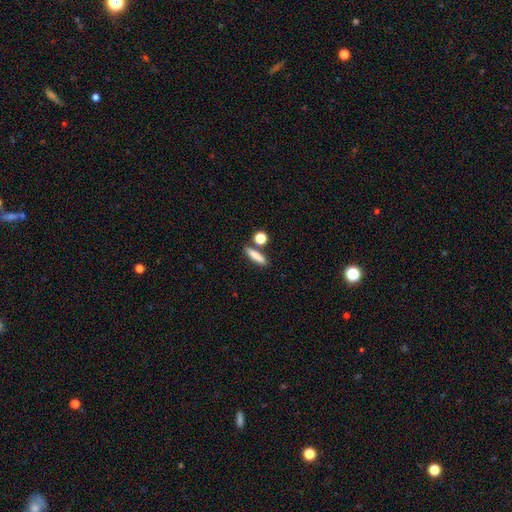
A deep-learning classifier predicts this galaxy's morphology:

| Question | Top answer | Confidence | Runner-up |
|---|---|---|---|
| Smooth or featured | smooth | 81% | featured or disk (11%) |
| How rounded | cigar-shaped | 62% | in between (25%) |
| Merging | none | 75% | merger (12%) |